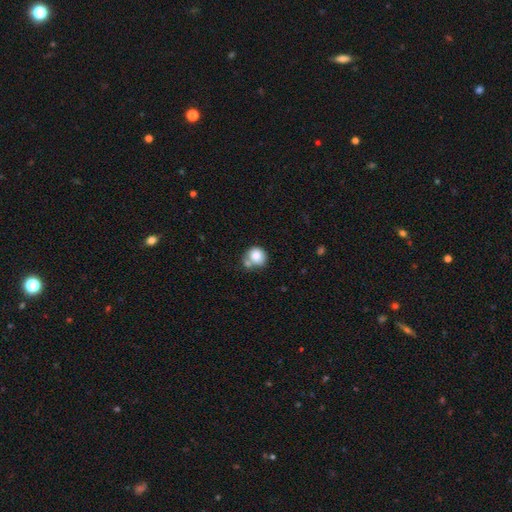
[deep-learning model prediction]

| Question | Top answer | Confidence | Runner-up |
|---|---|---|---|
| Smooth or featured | smooth | 80% | featured or disk (12%) |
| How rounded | round | 83% | in between (16%) |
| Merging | none | 44% | merger (33%) |